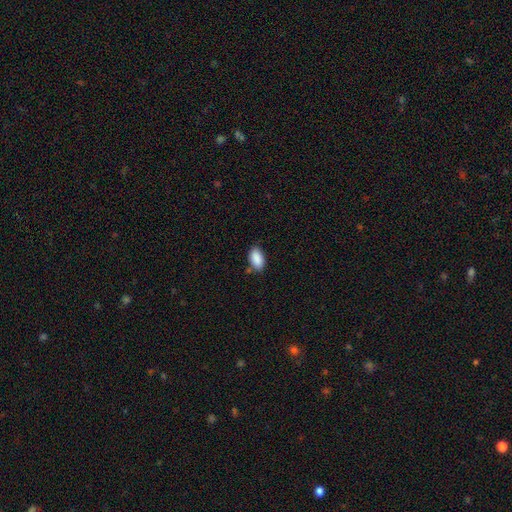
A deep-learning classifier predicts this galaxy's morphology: This appears to be a smooth galaxy with no disk features (89%) that is in between round and cigar-shaped (93%). Merging: none (77%).